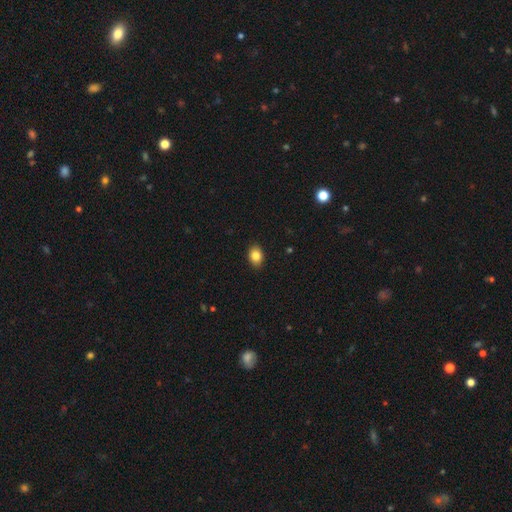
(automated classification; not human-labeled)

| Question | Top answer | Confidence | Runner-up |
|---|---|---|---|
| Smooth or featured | smooth | 86% | star or artifact (9%) |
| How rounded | in between | 72% | round (27%) |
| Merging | none | 88% | minor disturbance (9%) |